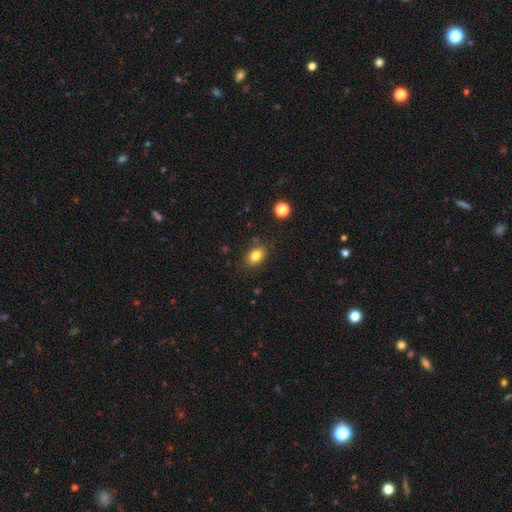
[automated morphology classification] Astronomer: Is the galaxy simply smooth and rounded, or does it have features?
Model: smooth — 83%.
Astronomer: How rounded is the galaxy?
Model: in between — 79%.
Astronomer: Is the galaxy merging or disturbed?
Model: none — 83%.